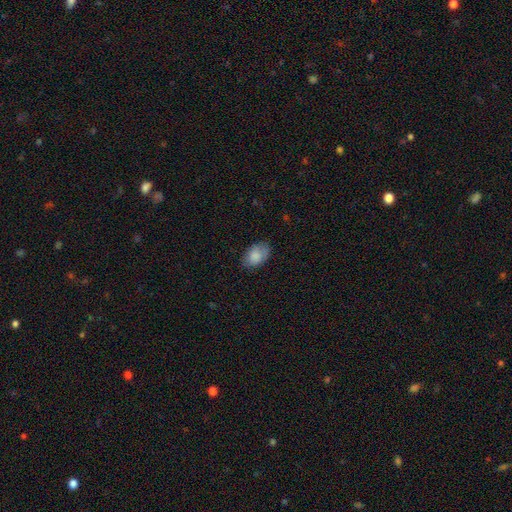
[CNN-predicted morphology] smooth_or_featured: smooth (p=0.84) [alt: featured or disk p=0.09]
how_rounded: in between (p=0.89) [alt: round p=0.10]
merging: none (p=0.72) [alt: minor disturbance p=0.21]